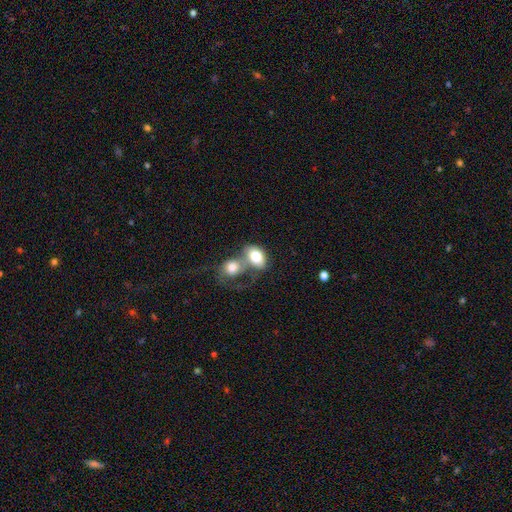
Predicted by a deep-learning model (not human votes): Overall: smooth (76%). How rounded: in between (76%). Merging: merger (64%).